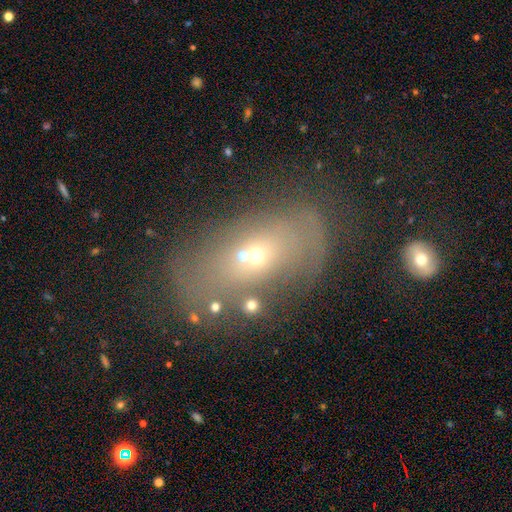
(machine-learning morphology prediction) Smooth or featured? smooth (47%)
Merging? none (46%)